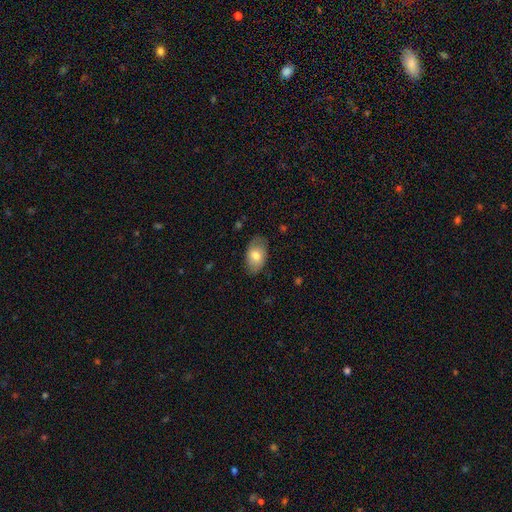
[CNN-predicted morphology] smooth 72%, featured or disk 22%, star or artifact 6%. Down the decision tree: how rounded — in between (92%); merging — none (79%).